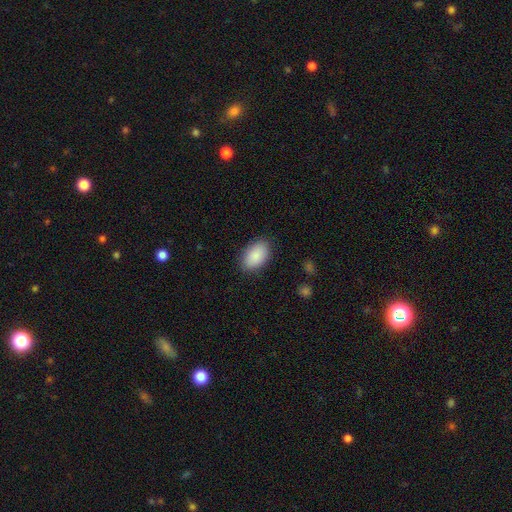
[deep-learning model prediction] A smooth galaxy with no disk features (89%) that is in between round and cigar-shaped (93%). Merging: none (86%).